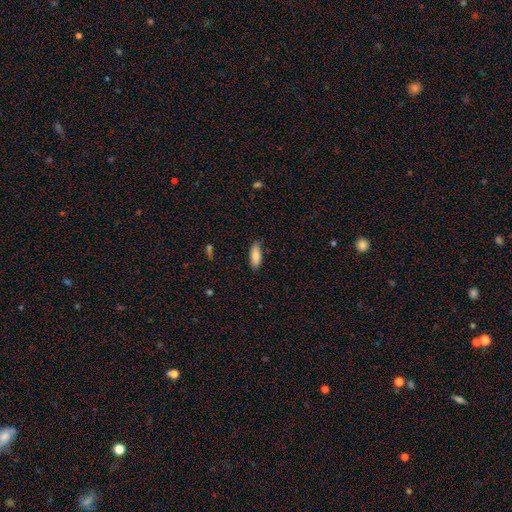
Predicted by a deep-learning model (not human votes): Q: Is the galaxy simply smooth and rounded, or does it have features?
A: smooth — 82%.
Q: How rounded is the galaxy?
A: in between — 74%.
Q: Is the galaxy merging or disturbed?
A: none — 81%.